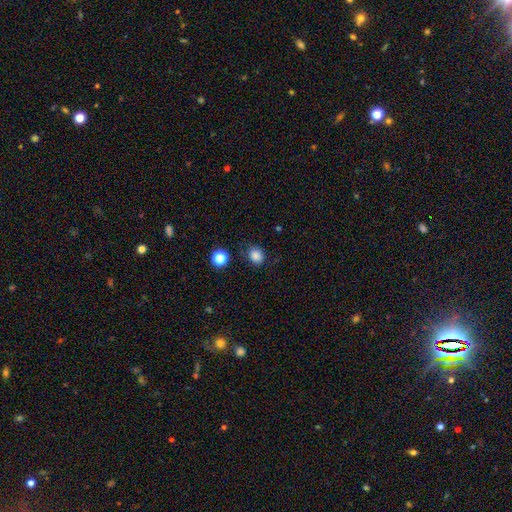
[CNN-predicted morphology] Q: Smooth or featured?
A: smooth (85%); runner-up: star or artifact (11%)
Q: How rounded?
A: round (67%); runner-up: in between (32%)
Q: Merging?
A: none (78%); runner-up: minor disturbance (15%)